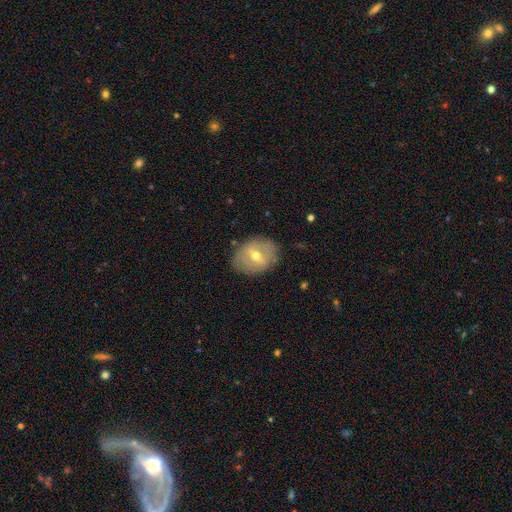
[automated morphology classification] type=featured or disk (54%); edge-on=no (91%); merging=none (80%).